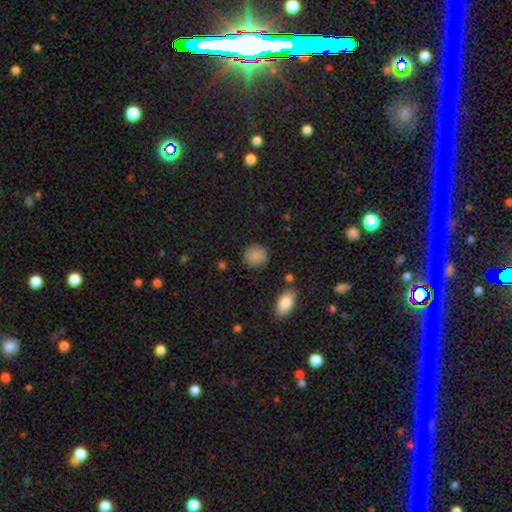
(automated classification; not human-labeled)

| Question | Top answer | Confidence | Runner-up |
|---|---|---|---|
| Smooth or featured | smooth | 86% | star or artifact (8%) |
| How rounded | round | 86% | in between (13%) |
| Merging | none | 86% | minor disturbance (9%) |